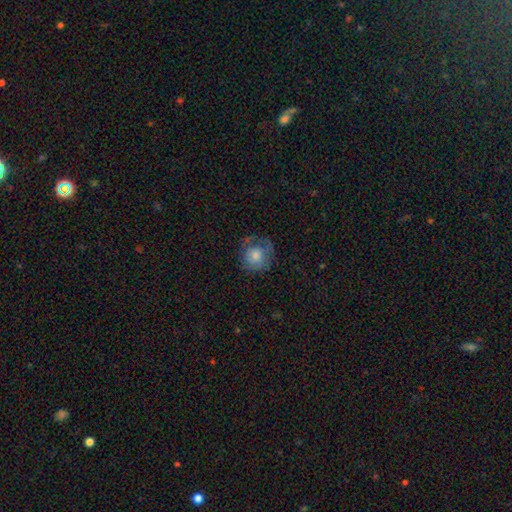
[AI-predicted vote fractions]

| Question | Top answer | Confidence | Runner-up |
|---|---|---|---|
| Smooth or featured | smooth | 68% | featured or disk (24%) |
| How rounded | round | 87% | in between (12%) |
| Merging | none | 57% | minor disturbance (24%) |